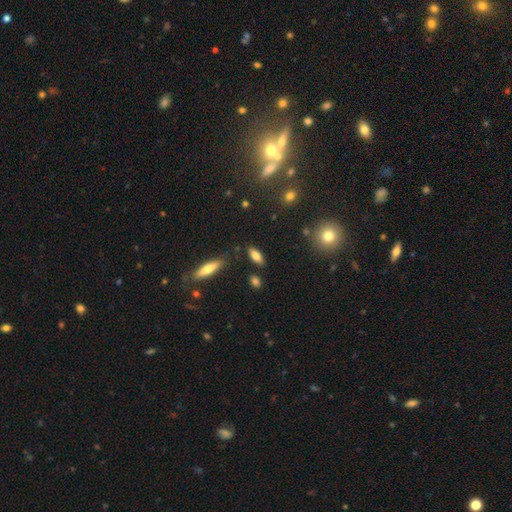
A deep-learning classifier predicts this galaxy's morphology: smooth_or_featured: smooth (p=0.77) [alt: featured or disk p=0.15]
how_rounded: in between (p=0.76) [alt: cigar-shaped p=0.21]
merging: none (p=0.82) [alt: minor disturbance p=0.11]